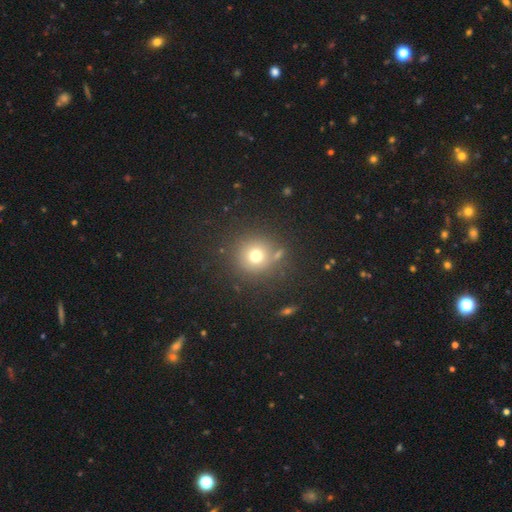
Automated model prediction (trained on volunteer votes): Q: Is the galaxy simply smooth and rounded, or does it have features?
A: smooth — 71%.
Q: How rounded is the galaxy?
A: round — 93%.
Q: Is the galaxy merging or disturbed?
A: none — 80%.